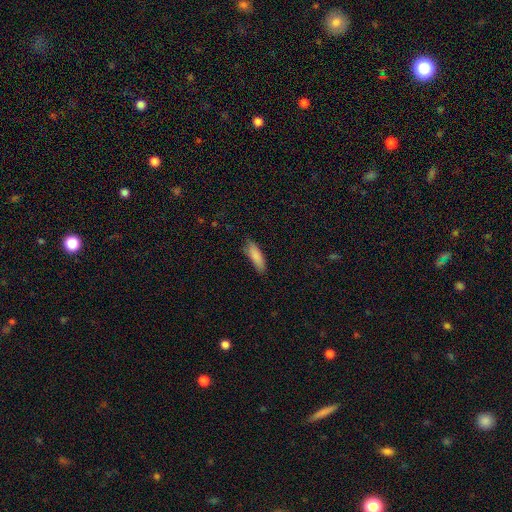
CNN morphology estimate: Smooth or featured?
  - smooth: 86% *
  - featured or disk: 8%
  - star or artifact: 6%
How rounded?
  - cigar-shaped: 54% *
  - in between: 44%
  - round: 2%
Merging?
  - none: 81% *
  - minor disturbance: 15%
  - major disturbance: 3%
  - merger: 1%